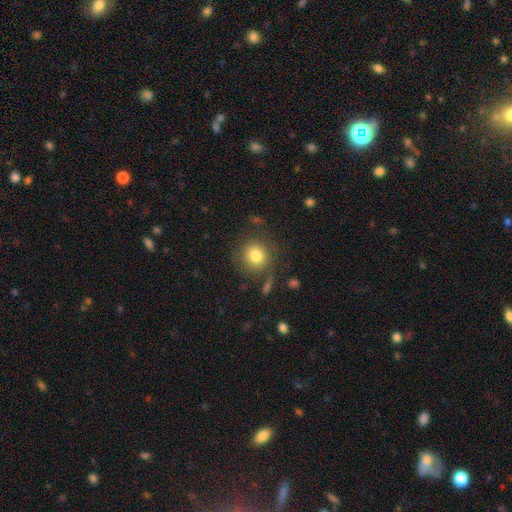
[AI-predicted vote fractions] This appears to be a smooth galaxy with no disk features (80%) that is round (88%). Merging: none (78%).